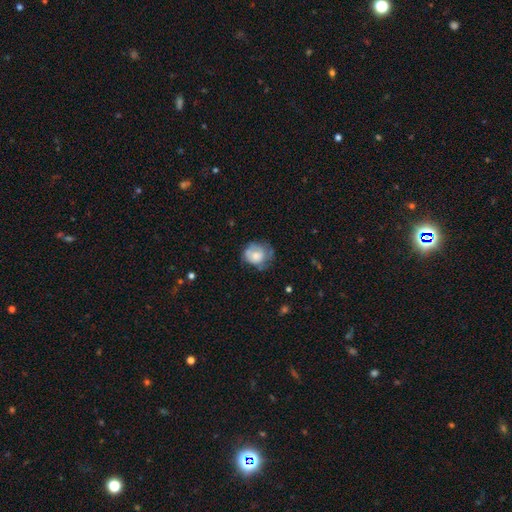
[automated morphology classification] Smooth or featured?
  - smooth: 63% *
  - featured or disk: 29%
  - star or artifact: 8%
How rounded?
  - round: 68% *
  - in between: 31%
  - cigar-shaped: 1%
Merging?
  - none: 46% *
  - minor disturbance: 33%
  - major disturbance: 19%
  - merger: 3%